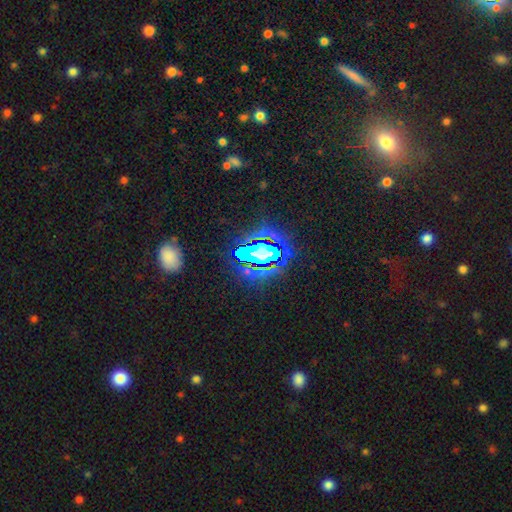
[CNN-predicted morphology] Q: Smooth or featured?
A: star or artifact (76%); runner-up: smooth (13%)